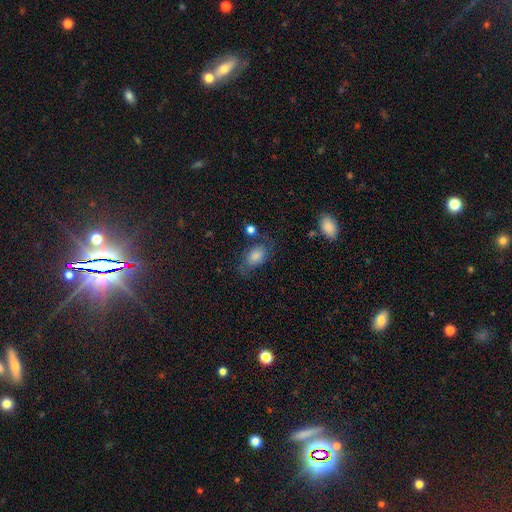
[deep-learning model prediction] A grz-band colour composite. It shows a smooth galaxy with no disk features (59%) that is in between round and cigar-shaped (82%). Merging: none (59%).